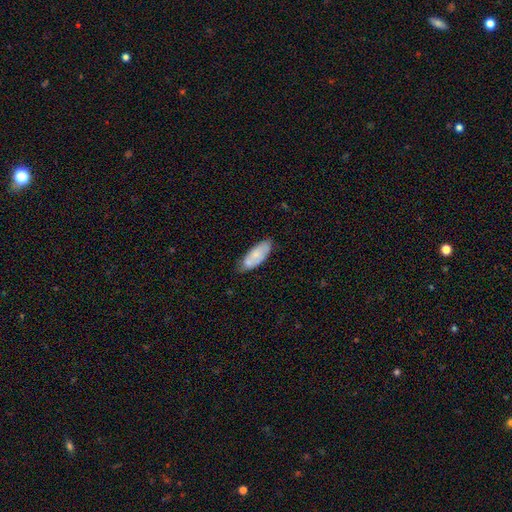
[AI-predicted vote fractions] This appears to be a smooth galaxy with no disk features (68%) that is in between round and cigar-shaped (78%). Merging: none (64%).